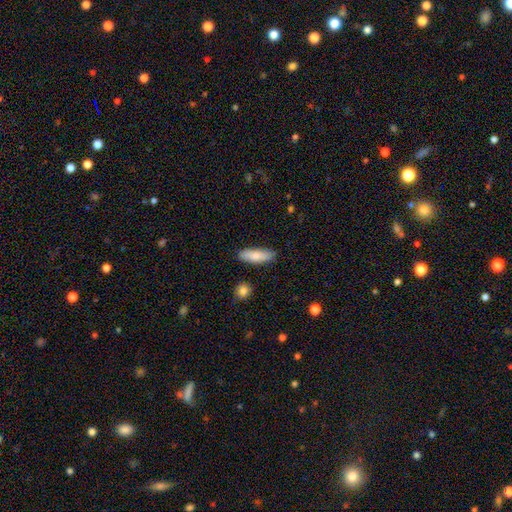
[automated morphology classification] type=smooth (83%); roundness=in between (54%); merging=none (86%).